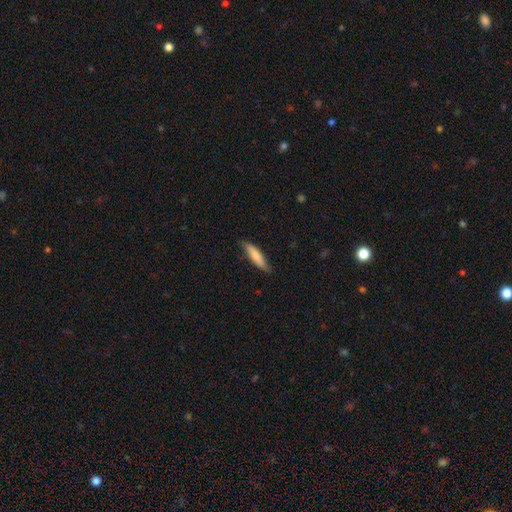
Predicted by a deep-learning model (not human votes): The model was most divided on "smooth or featured": smooth: 75%, featured or disk: 20%, star or artifact: 5%. More confident: merging — none (79%); how rounded — cigar-shaped (77%).